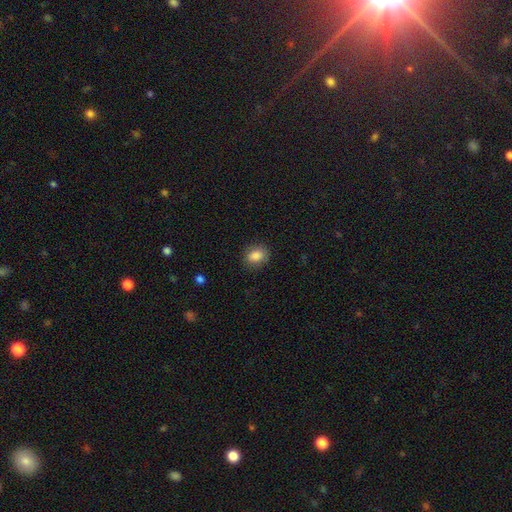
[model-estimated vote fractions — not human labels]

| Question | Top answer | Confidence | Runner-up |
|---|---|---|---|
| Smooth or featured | smooth | 86% | star or artifact (9%) |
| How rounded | in between | 55% | round (44%) |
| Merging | none | 84% | minor disturbance (11%) |